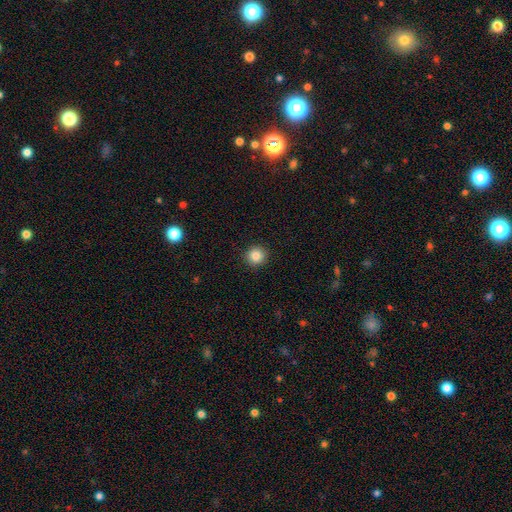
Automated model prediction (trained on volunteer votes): Smooth or featured? Predicted: smooth (p=0.85). How rounded? Predicted: round (p=0.94). Merging? Predicted: none (p=0.92).